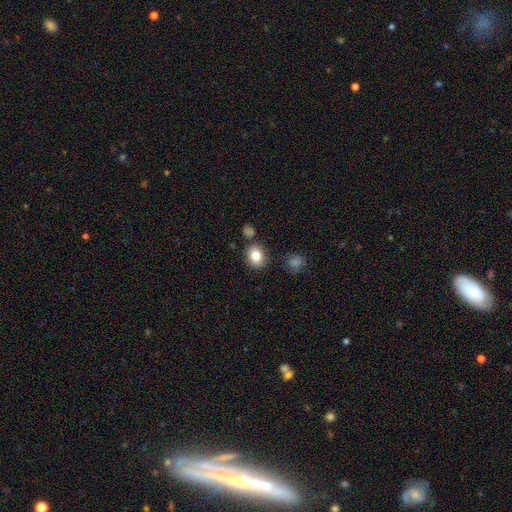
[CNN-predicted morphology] Smooth or featured? Predicted: smooth (p=0.83). How rounded? Predicted: in between (p=0.50). Merging? Predicted: none (p=0.81).